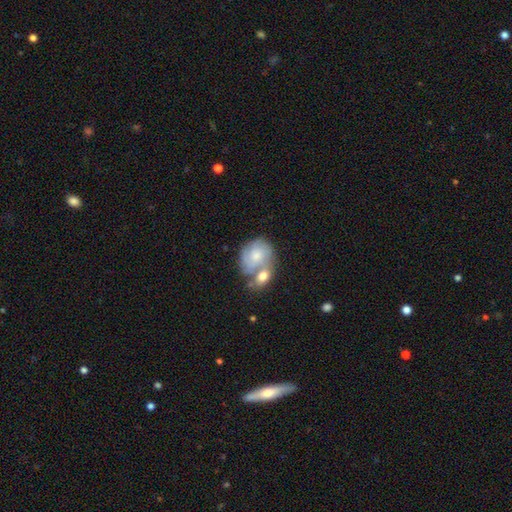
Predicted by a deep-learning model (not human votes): Smooth or featured? Predicted: smooth (p=0.51). How rounded? Predicted: round (p=0.51). Merging? Predicted: merger (p=0.48).